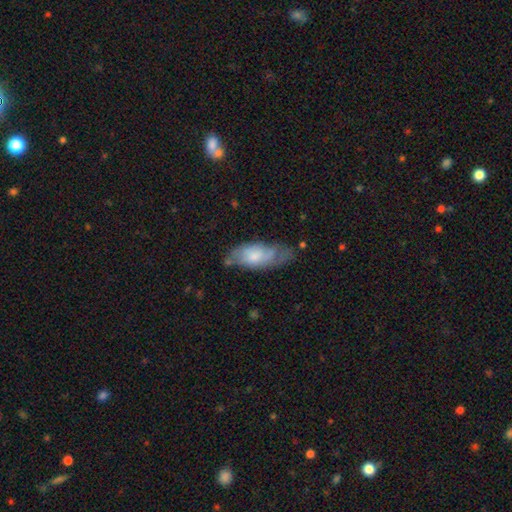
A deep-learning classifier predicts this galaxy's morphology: smooth 60%, featured or disk 34%, star or artifact 6%. Down the decision tree: how rounded — in between (81%); merging — none (48%).